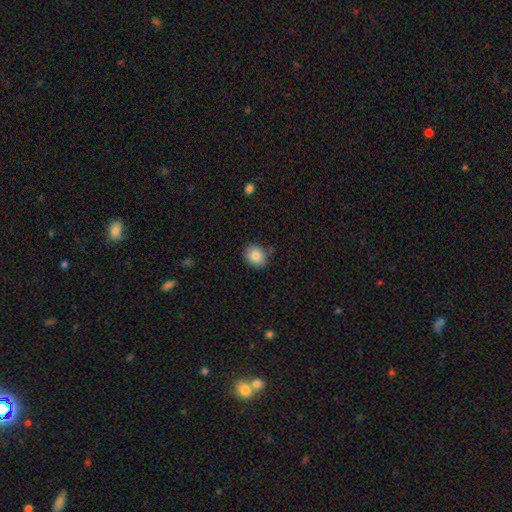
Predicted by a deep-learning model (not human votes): A smooth galaxy with no disk features (85%) that is round (58%).

Vote fractions:
- Smooth or featured? smooth: 85% / star or artifact: 8% / featured or disk: 7%
- How rounded? round: 58% / in between: 41% / cigar-shaped: 1%
- Merging? none: 83% / minor disturbance: 12% / merger: 2% / major disturbance: 2%